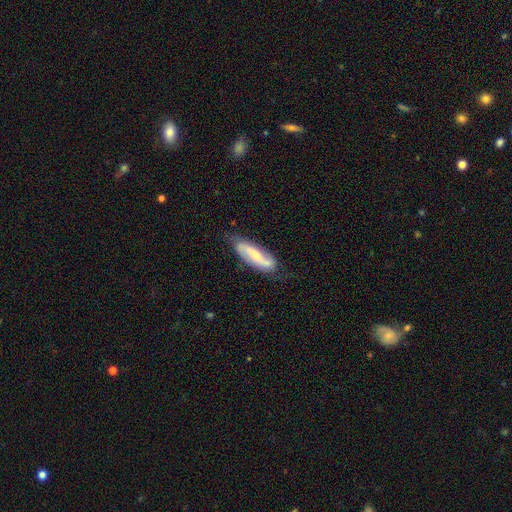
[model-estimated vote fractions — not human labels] Smooth or featured? Predicted: featured or disk (p=0.67). Edge-on disk? Predicted: no (p=0.84). Bar? Predicted: no (p=0.39). Spiral arms? Predicted: yes (p=0.90). Spiral winding? Predicted: loose (p=0.53). Spiral arm count? Predicted: 2 (p=0.87). Bulge size? Predicted: small (p=0.57). Merging? Predicted: none (p=0.72).